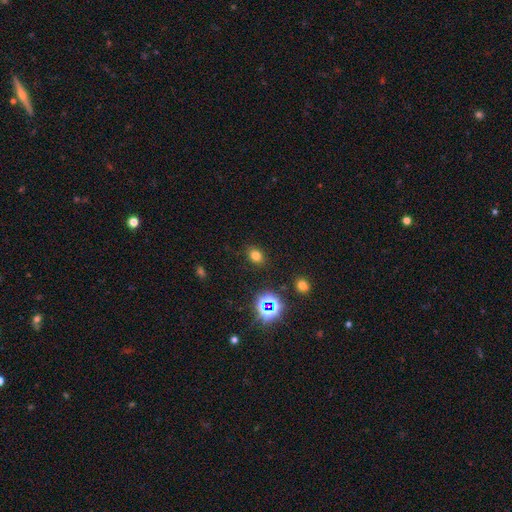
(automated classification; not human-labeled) smooth_or_featured: smooth (p=0.73) [alt: star or artifact p=0.20]
how_rounded: in between (p=0.56) [alt: round p=0.43]
merging: none (p=0.85) [alt: minor disturbance p=0.10]